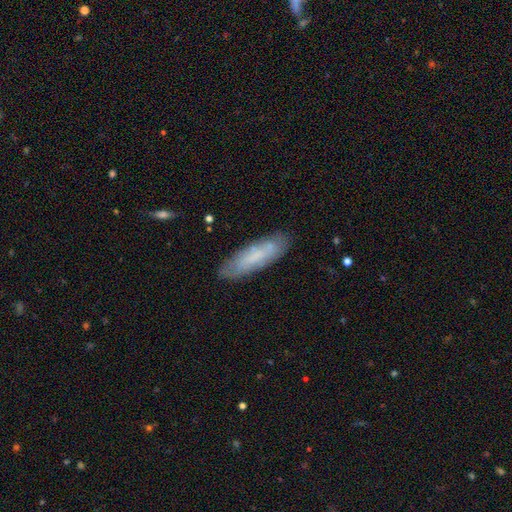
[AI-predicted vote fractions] smooth 63%, featured or disk 30%, star or artifact 7%. Down the decision tree: how rounded — cigar-shaped (60%); merging — none (78%).